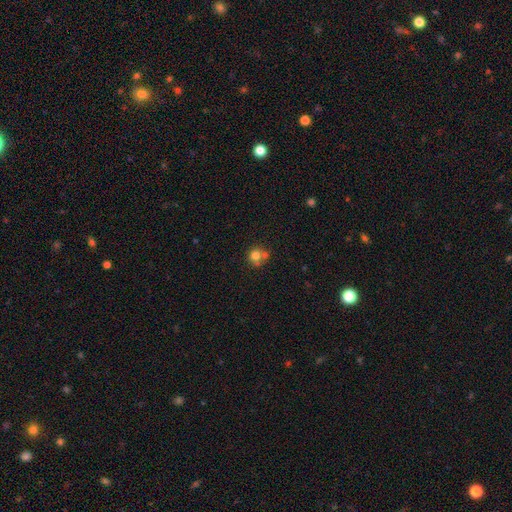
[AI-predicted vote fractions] Smooth or featured? smooth (75%)
How rounded? round (84%)
Merging? none (49%)